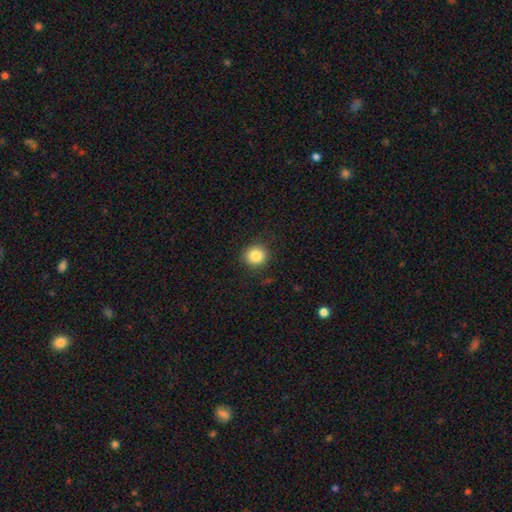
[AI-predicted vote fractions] Q: Smooth or featured?
A: smooth (85%); runner-up: star or artifact (10%)
Q: How rounded?
A: round (88%); runner-up: in between (11%)
Q: Merging?
A: none (89%); runner-up: minor disturbance (8%)